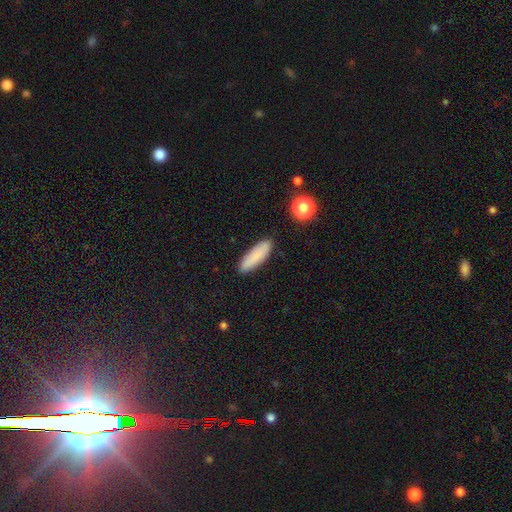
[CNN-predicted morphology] type=smooth (86%); roundness=cigar-shaped (60%); merging=none (88%).